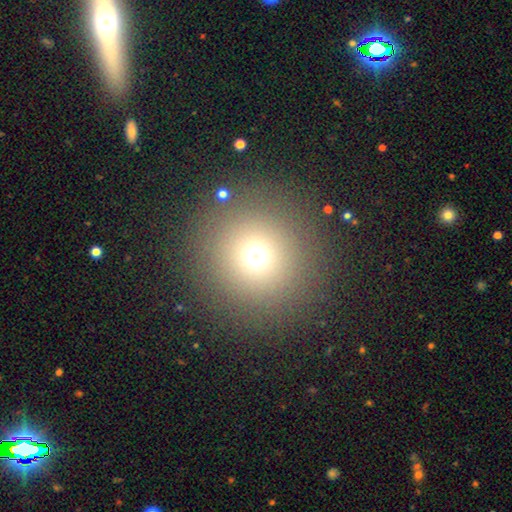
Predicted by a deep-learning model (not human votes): smooth_or_featured: smooth (p=0.68) [alt: star or artifact p=0.23]
how_rounded: round (p=0.95) [alt: in between p=0.04]
merging: none (p=0.88) [alt: minor disturbance p=0.06]